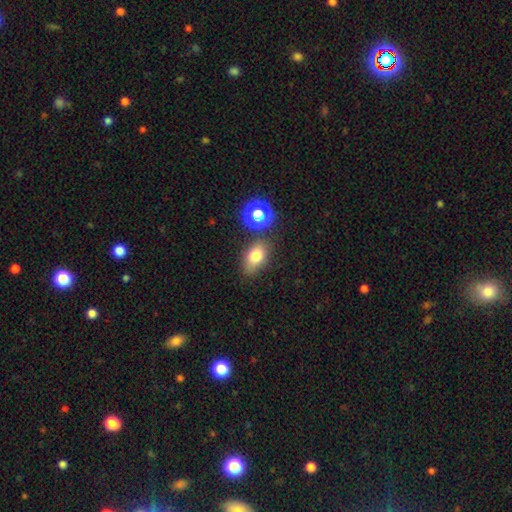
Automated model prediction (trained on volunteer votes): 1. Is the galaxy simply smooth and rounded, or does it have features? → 76% smooth, 13% star or artifact, 11% featured or disk.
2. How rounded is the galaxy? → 79% in between, 18% round, 2% cigar-shaped.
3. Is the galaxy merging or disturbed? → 74% none, 15% minor disturbance, 7% merger, 4% major disturbance.